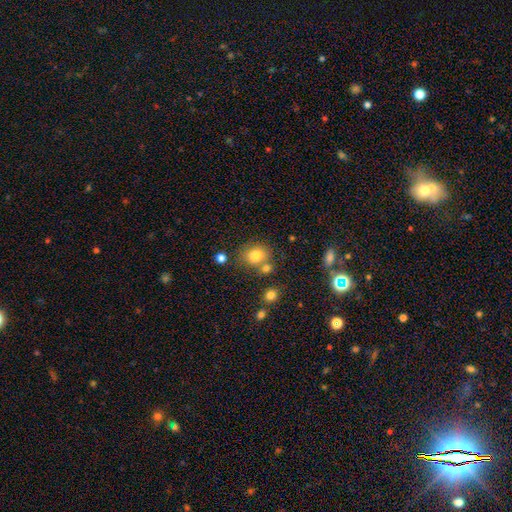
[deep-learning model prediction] A smooth galaxy with no disk features (79%) that is round (66%).

Vote fractions:
- Smooth or featured? smooth: 79% / star or artifact: 11% / featured or disk: 10%
- How rounded? round: 66% / in between: 33% / cigar-shaped: 1%
- Merging? none: 64% / merger: 18% / minor disturbance: 14% / major disturbance: 5%